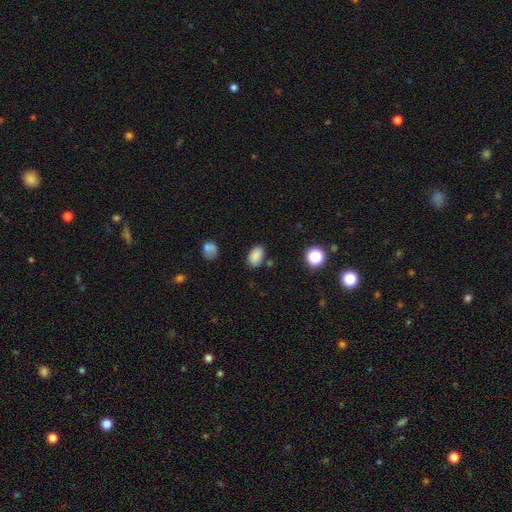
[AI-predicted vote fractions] A smooth galaxy with no disk features (85%) that is in between round and cigar-shaped (89%).

Vote fractions:
- Smooth or featured? smooth: 85% / star or artifact: 10% / featured or disk: 5%
- How rounded? in between: 89% / round: 10% / cigar-shaped: 1%
- Merging? none: 78% / minor disturbance: 14% / merger: 4% / major disturbance: 4%